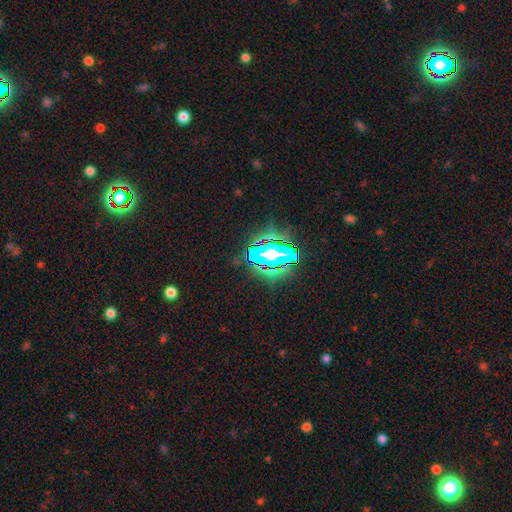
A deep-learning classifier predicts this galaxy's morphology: This appears to be a star or artifact, not a galaxy (61%).